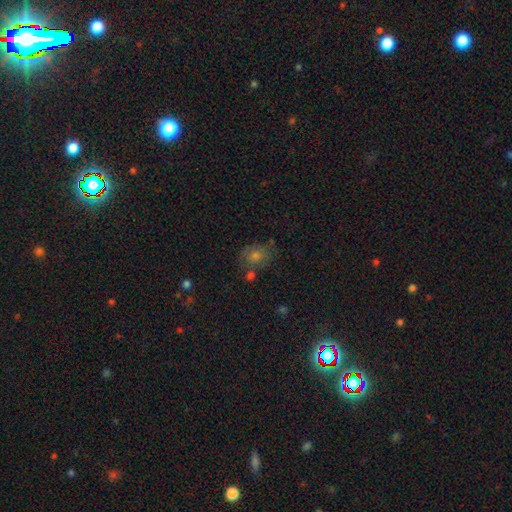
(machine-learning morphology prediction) A smooth galaxy with no disk features (53%) that is round (58%).

Vote fractions:
- Smooth or featured? smooth: 53% / star or artifact: 26% / featured or disk: 21%
- How rounded? round: 58% / in between: 41% / cigar-shaped: 1%
- Merging? none: 70% / minor disturbance: 16% / merger: 8% / major disturbance: 6%